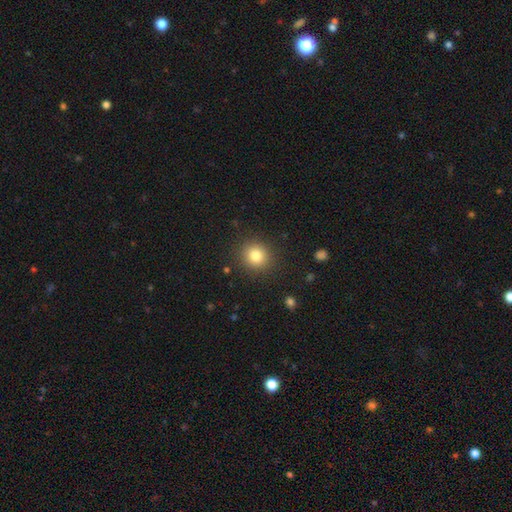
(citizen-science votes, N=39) Q: Smooth or featured?
A: smooth (85%); runner-up: star or artifact (10%)
Q: How rounded?
A: round (97%); runner-up: cigar-shaped (3%)
Q: Merging?
A: none (83%); runner-up: minor disturbance (14%)